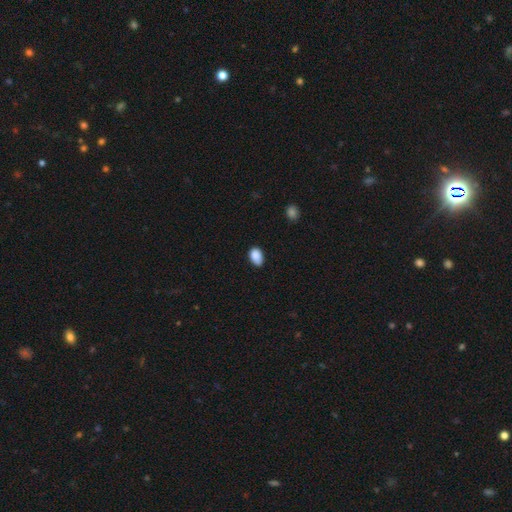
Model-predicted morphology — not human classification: Smooth or featured?
  - smooth: 89% *
  - star or artifact: 8%
  - featured or disk: 3%
How rounded?
  - in between: 88% *
  - round: 11%
  - cigar-shaped: 1%
Merging?
  - none: 74% *
  - minor disturbance: 22%
  - major disturbance: 3%
  - merger: 1%